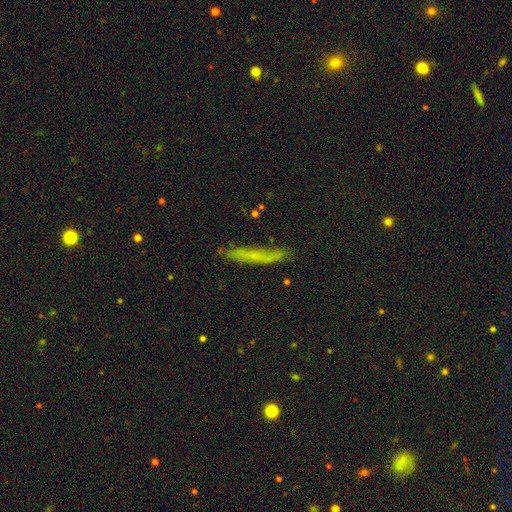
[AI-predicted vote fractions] A smooth galaxy with no disk features (55%) that is cigar-shaped (91%).

Vote fractions:
- Smooth or featured? smooth: 55% / featured or disk: 34% / star or artifact: 12%
- How rounded? cigar-shaped: 91% / in between: 7% / round: 2%
- Merging? none: 69% / minor disturbance: 21% / major disturbance: 7% / merger: 3%